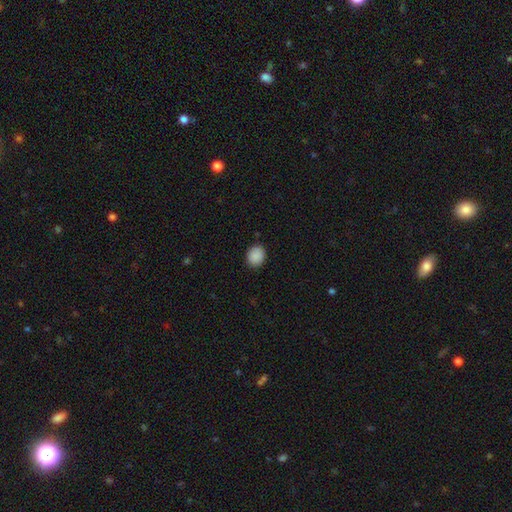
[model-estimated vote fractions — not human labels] Smooth or featured? Predicted: smooth (p=0.89). How rounded? Predicted: round (p=0.62). Merging? Predicted: none (p=0.88).